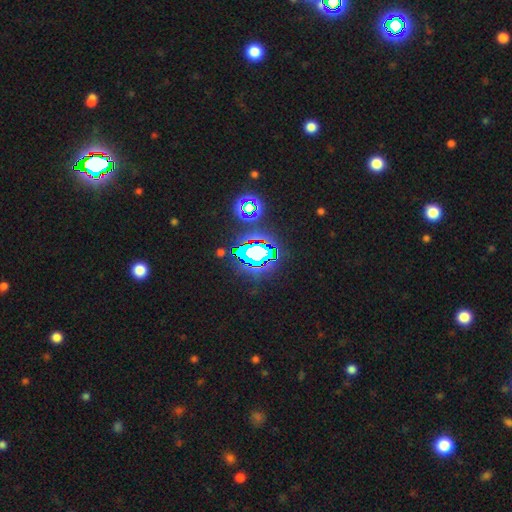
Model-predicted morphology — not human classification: This is likely a star or artifact rather than a galaxy (78%).